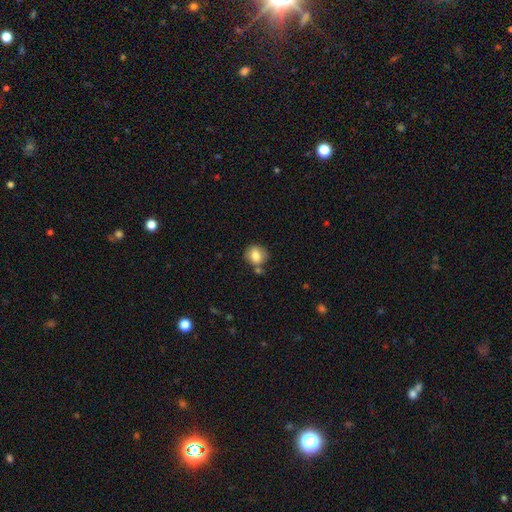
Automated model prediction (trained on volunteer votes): smooth_or_featured: smooth (p=0.80) [alt: featured or disk p=0.12]
how_rounded: round (p=0.69) [alt: in between p=0.30]
merging: none (p=0.65) [alt: minor disturbance p=0.17]